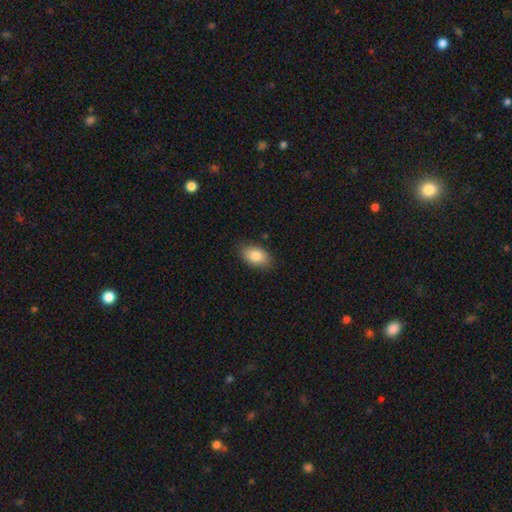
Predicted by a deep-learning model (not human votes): Smooth or featured? smooth (84%)
How rounded? in between (91%)
Merging? none (84%)